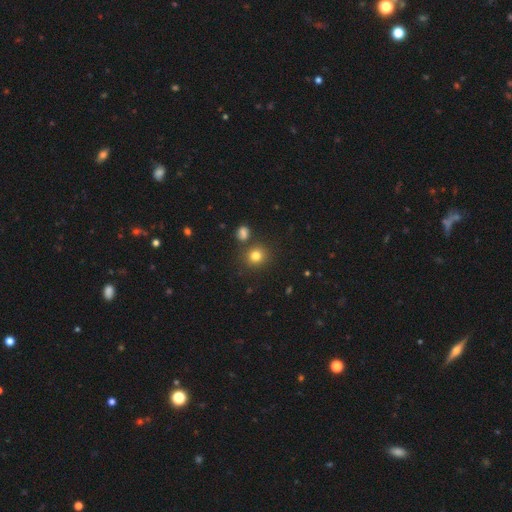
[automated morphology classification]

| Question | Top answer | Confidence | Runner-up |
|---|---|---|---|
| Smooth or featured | smooth | 79% | star or artifact (14%) |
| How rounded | round | 83% | in between (16%) |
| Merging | none | 78% | merger (10%) |